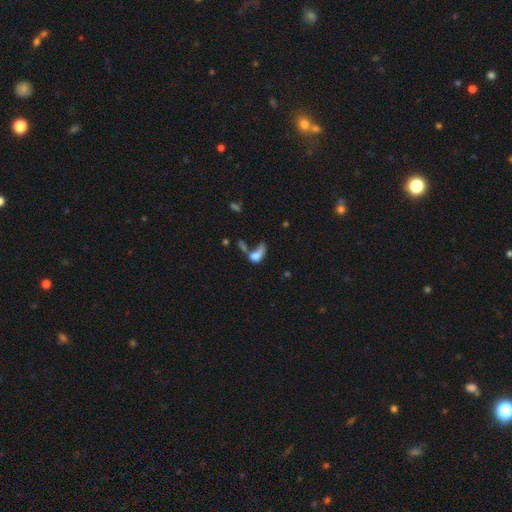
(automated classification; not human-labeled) A smooth galaxy with no disk features (58%) that is in between round and cigar-shaped (66%). Merging: merger (39%).